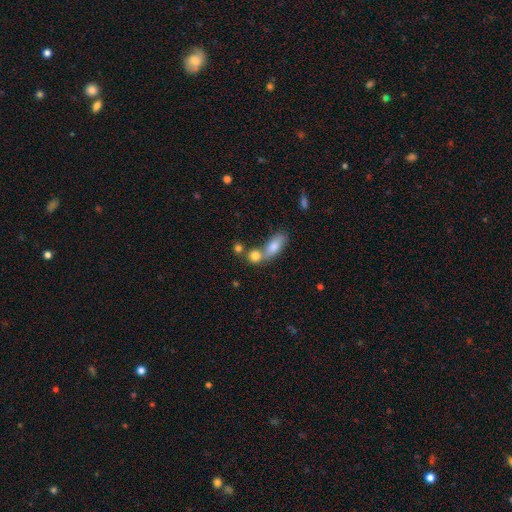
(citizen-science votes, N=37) This appears to be a smooth galaxy with no disk features (78%) that is round (59%). Merging: none (46%).